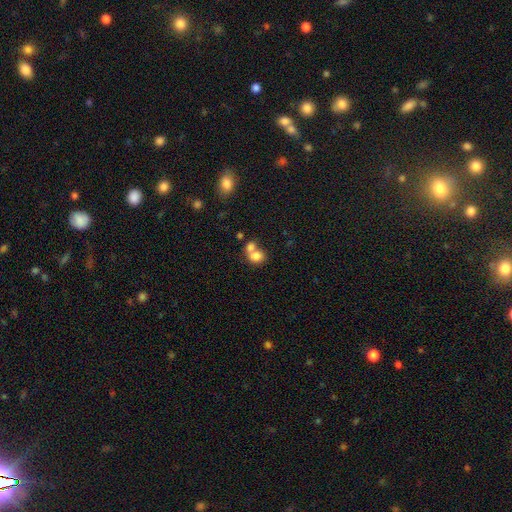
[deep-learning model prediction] Smooth or featured? Predicted: smooth (p=0.77). How rounded? Predicted: round (p=0.58). Merging? Predicted: merger (p=0.61).